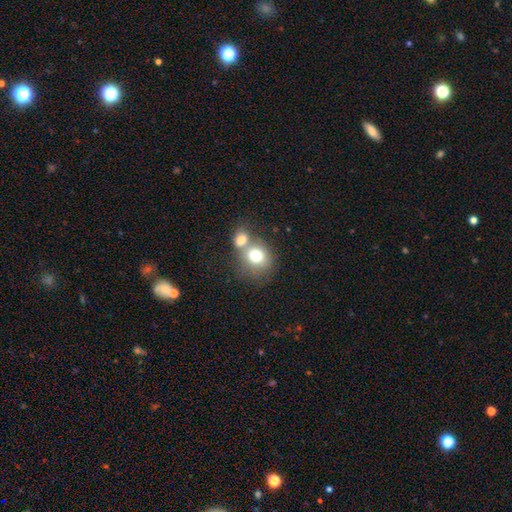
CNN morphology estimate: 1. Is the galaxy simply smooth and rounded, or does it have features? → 74% smooth, 16% featured or disk, 9% star or artifact.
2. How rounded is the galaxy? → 69% round, 30% in between, 1% cigar-shaped.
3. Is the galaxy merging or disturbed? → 55% merger, 30% none, 9% minor disturbance, 5% major disturbance.